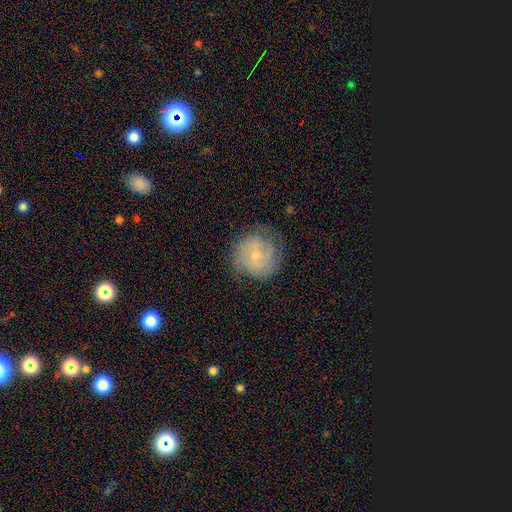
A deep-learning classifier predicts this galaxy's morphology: This is possibly a featured or disk galaxy (50%). It is clearly not viewed edge-on (97%). Merging: likely none (71%).